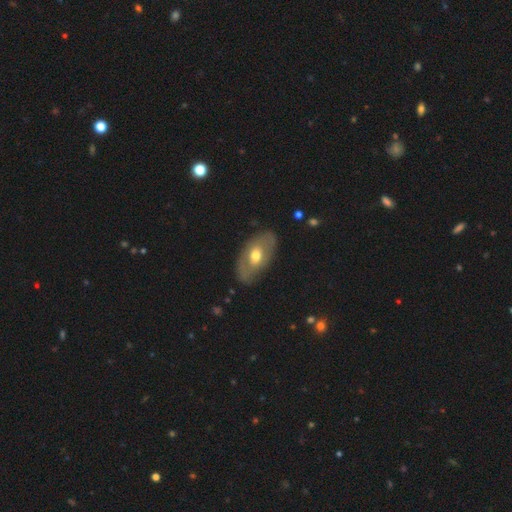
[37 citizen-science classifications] This appears to be a smooth galaxy with no disk features (54%) that is in between round and cigar-shaped (80%). Merging: none (78%).